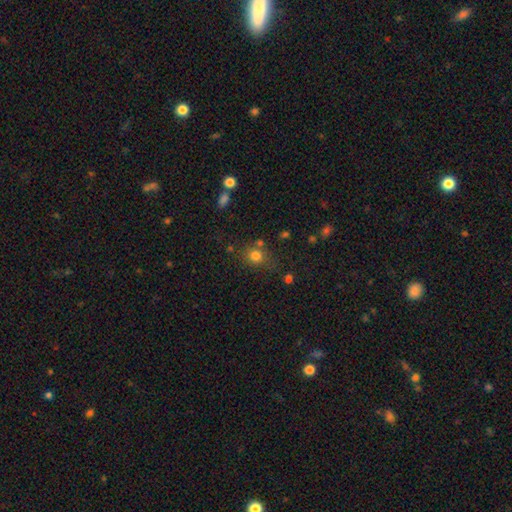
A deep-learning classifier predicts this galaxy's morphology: This appears to be a smooth galaxy with no disk features (78%) that is round (75%). Merging: none (68%).